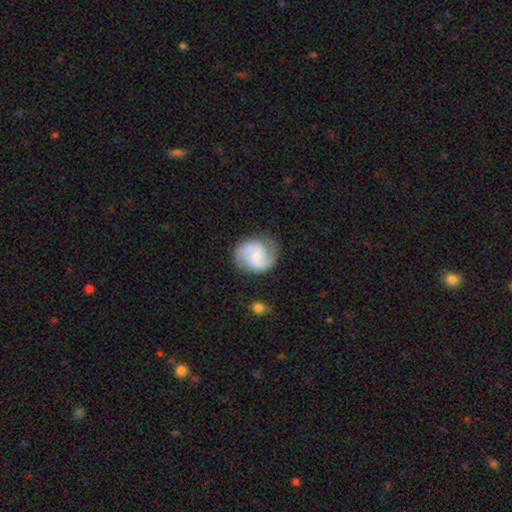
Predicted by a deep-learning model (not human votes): Overall: featured or disk (81%). Edge-on disk: no (98%). Bar: no (46%; weak 44%). Spiral arms: yes (97%). Spiral arm count: 2 (85%). Spiral winding: medium (54%; tight 27%). Bulge size: small (50%; moderate 30%). Merging: none (76%).